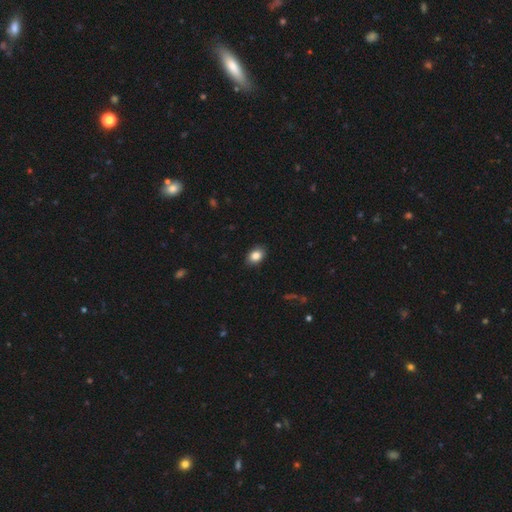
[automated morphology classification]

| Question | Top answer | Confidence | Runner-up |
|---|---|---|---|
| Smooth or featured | smooth | 86% | star or artifact (8%) |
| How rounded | in between | 77% | round (22%) |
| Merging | none | 88% | minor disturbance (9%) |